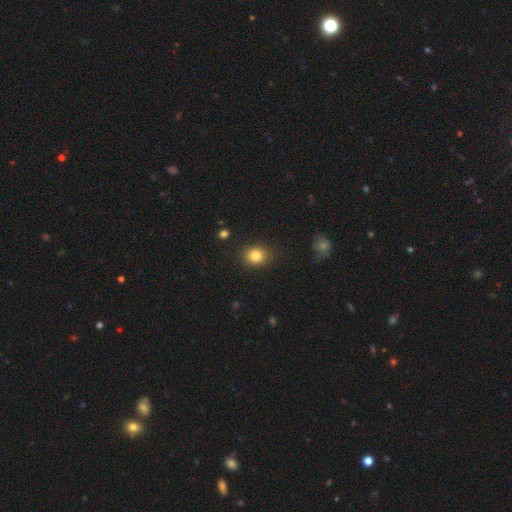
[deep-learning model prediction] Q: Smooth or featured?
A: smooth (83%); runner-up: star or artifact (11%)
Q: How rounded?
A: round (69%); runner-up: in between (30%)
Q: Merging?
A: none (88%); runner-up: minor disturbance (9%)